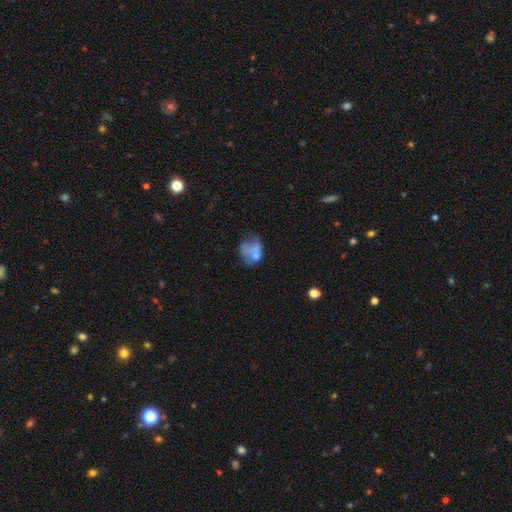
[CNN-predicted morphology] Smooth or featured? smooth (53%)
How rounded? in between (56%)
Merging? major disturbance (38%)